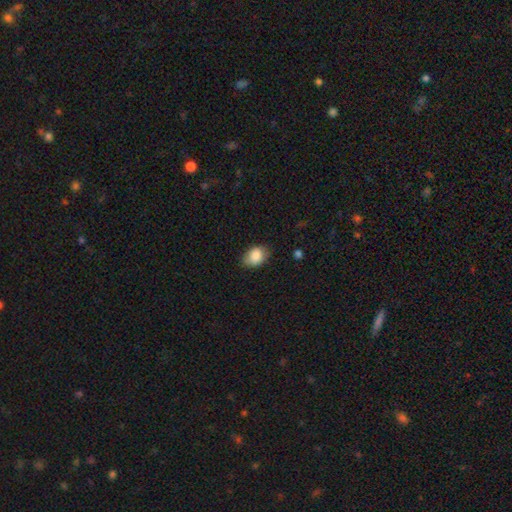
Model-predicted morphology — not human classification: smooth_or_featured: smooth (p=0.86) [alt: star or artifact p=0.07]
how_rounded: in between (p=0.78) [alt: round p=0.21]
merging: none (p=0.75) [alt: minor disturbance p=0.20]